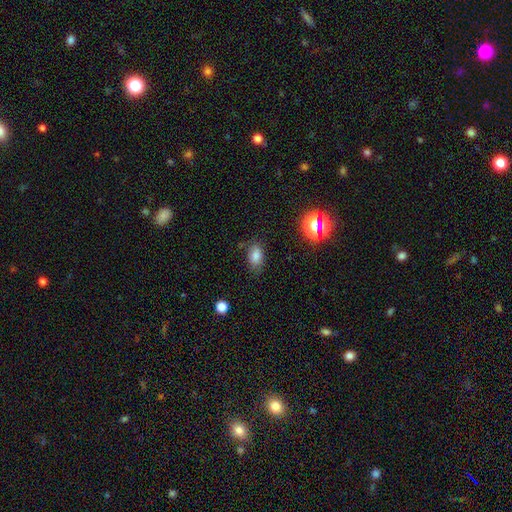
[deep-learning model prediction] Smooth or featured: smooth — 78% (star or artifact — 14%)
How rounded: in between — 86% (round — 12%)
Merging: none — 75% (minor disturbance — 18%)